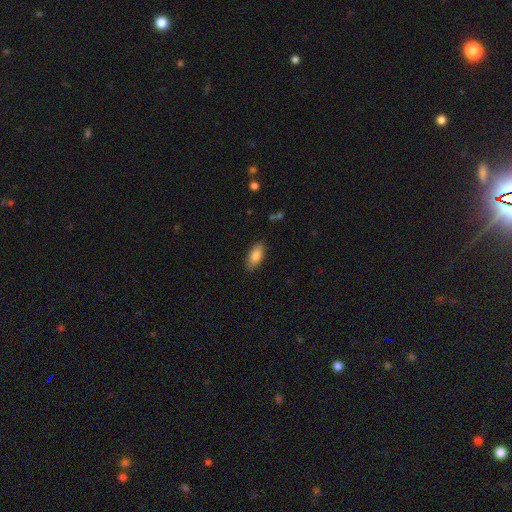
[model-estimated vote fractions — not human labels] Smooth or featured?
  - smooth: 85% *
  - featured or disk: 9%
  - star or artifact: 7%
How rounded?
  - in between: 87% *
  - cigar-shaped: 11%
  - round: 2%
Merging?
  - none: 85% *
  - minor disturbance: 12%
  - major disturbance: 2%
  - merger: 1%